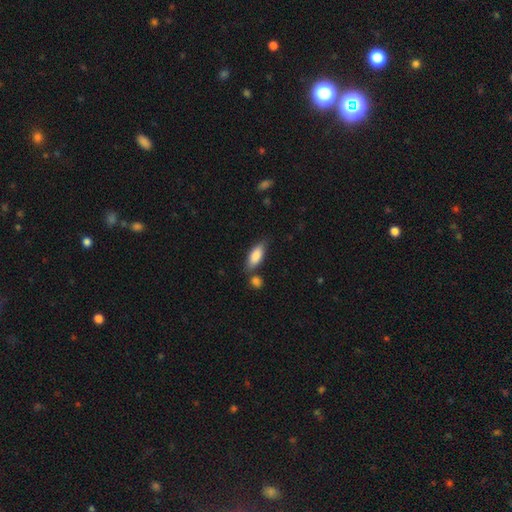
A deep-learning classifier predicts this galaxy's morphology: type=smooth (84%); roundness=in between (76%); merging=none (71%).